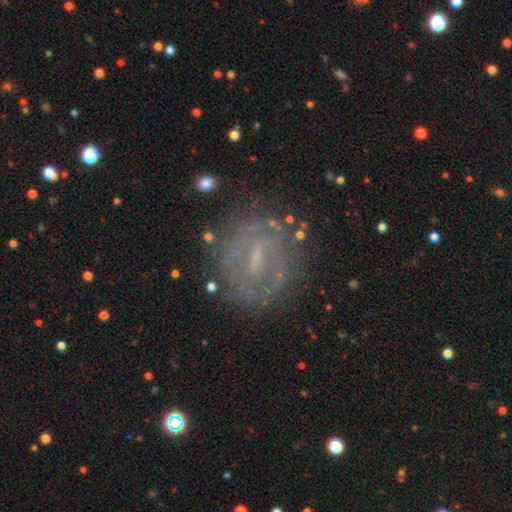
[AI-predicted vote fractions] The model was most divided on "bar": weak: 44%, strong: 42%, no: 14%. Remaining: edge-on disk — no (95%); spiral arms — yes (78%); merging — none (78%); smooth or featured — featured or disk (75%); spiral winding — tight (59%); bulge size — small (56%); spiral arm count — 2 (44%).